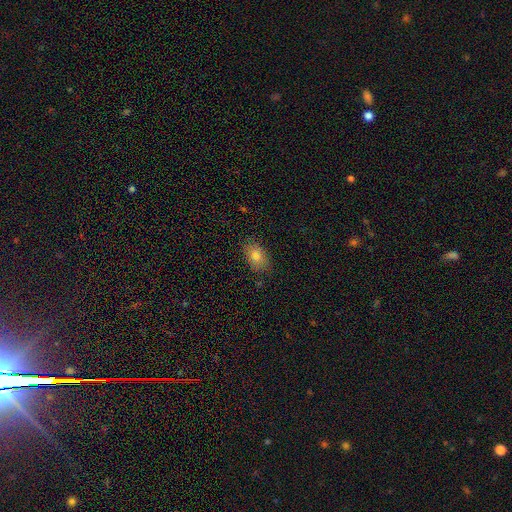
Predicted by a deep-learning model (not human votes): Smooth or featured? Predicted: smooth (p=0.78). How rounded? Predicted: in between (p=0.87). Merging? Predicted: none (p=0.85).